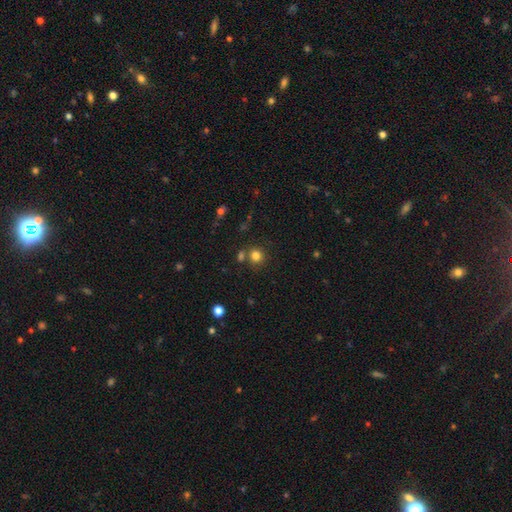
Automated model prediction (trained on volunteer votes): Overall: smooth (80%). How rounded: round (86%). Merging: none (72%).